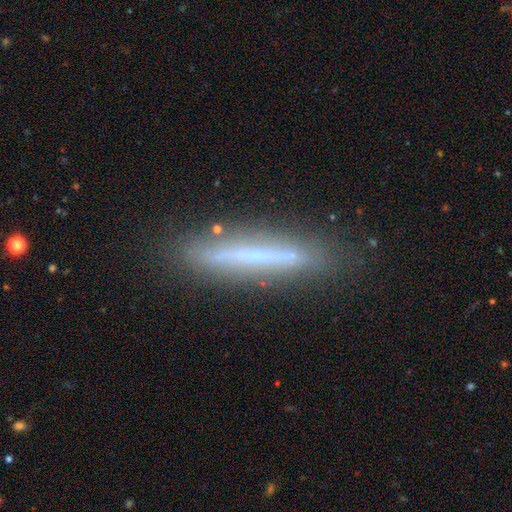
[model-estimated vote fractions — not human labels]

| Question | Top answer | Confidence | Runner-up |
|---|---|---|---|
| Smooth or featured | featured or disk | 53% | smooth (39%) |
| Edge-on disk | yes | 91% | no (9%) |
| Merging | none | 84% | minor disturbance (11%) |